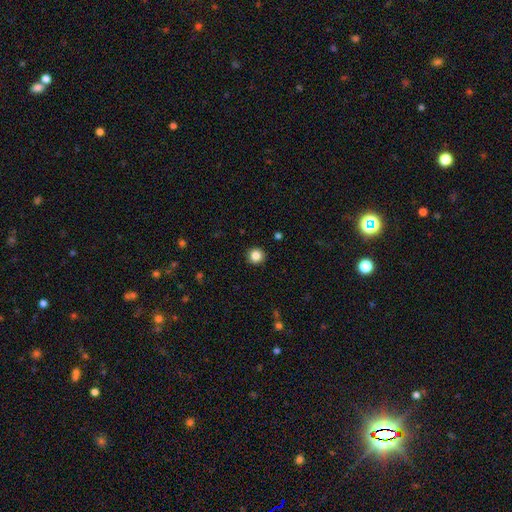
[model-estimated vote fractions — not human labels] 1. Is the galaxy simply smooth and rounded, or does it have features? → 85% smooth, 10% star or artifact, 4% featured or disk.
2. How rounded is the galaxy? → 95% round, 4% in between, 1% cigar-shaped.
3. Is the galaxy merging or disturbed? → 93% none, 4% minor disturbance, 1% major disturbance, 1% merger.